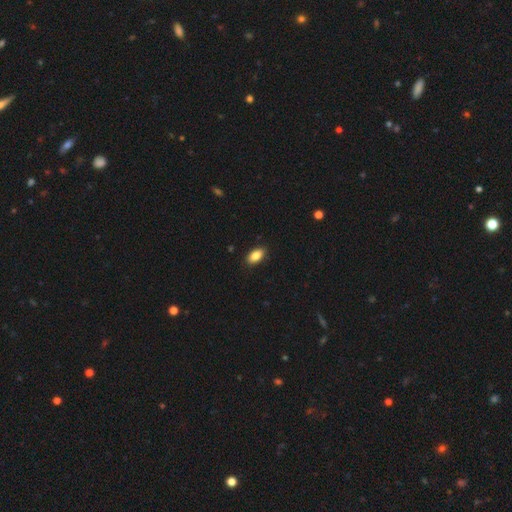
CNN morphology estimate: Smooth or featured?
  - smooth: 87% *
  - star or artifact: 8%
  - featured or disk: 6%
How rounded?
  - in between: 92% *
  - round: 5%
  - cigar-shaped: 3%
Merging?
  - none: 88% *
  - minor disturbance: 9%
  - major disturbance: 2%
  - merger: 1%